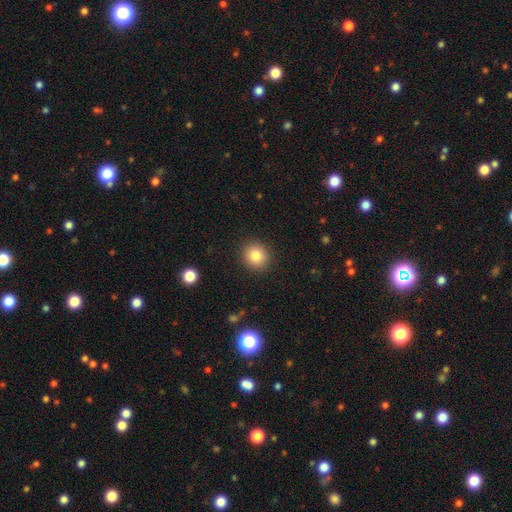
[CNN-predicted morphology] Smooth or featured?
  - smooth: 83% *
  - star or artifact: 10%
  - featured or disk: 7%
How rounded?
  - round: 86% *
  - in between: 14%
  - cigar-shaped: 1%
Merging?
  - none: 91% *
  - minor disturbance: 6%
  - major disturbance: 2%
  - merger: 1%